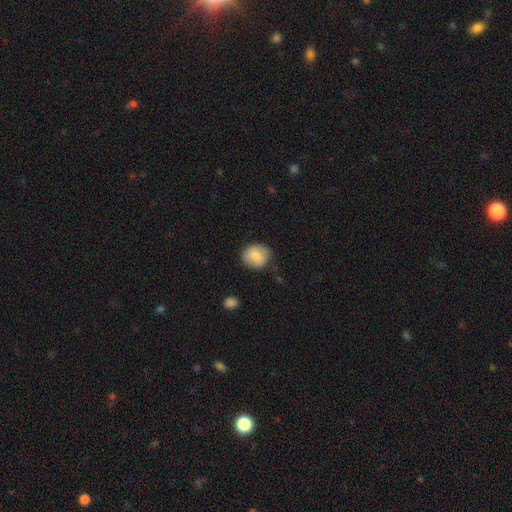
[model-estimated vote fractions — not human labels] Q: Smooth or featured?
A: smooth (82%); runner-up: featured or disk (11%)
Q: How rounded?
A: round (67%); runner-up: in between (32%)
Q: Merging?
A: none (83%); runner-up: minor disturbance (13%)